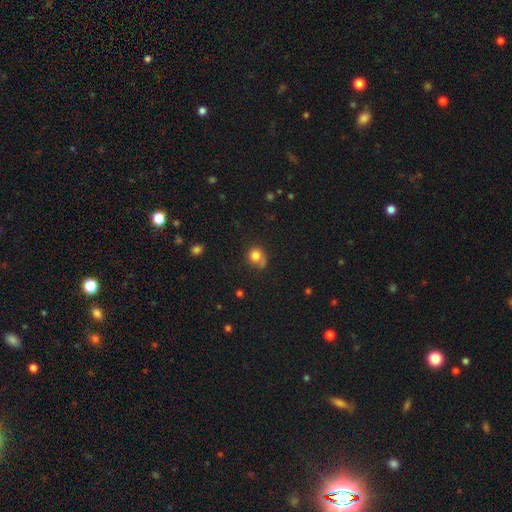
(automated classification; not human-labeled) Q: Smooth or featured?
A: smooth (80%); runner-up: star or artifact (11%)
Q: How rounded?
A: round (78%); runner-up: in between (21%)
Q: Merging?
A: none (51%); runner-up: minor disturbance (25%)